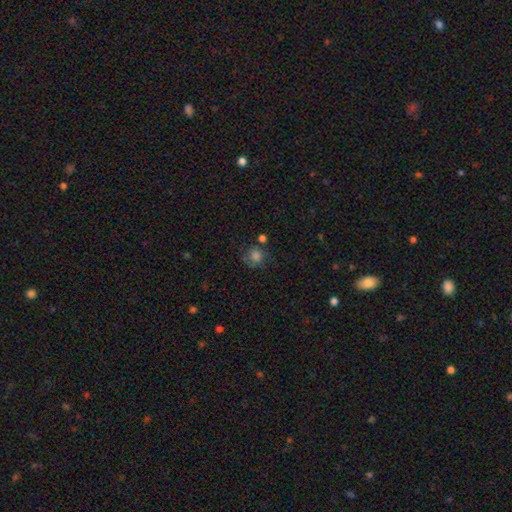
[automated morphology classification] Overall: smooth (72%). How rounded: round (82%). Merging: none (60%; minor disturbance 20%).